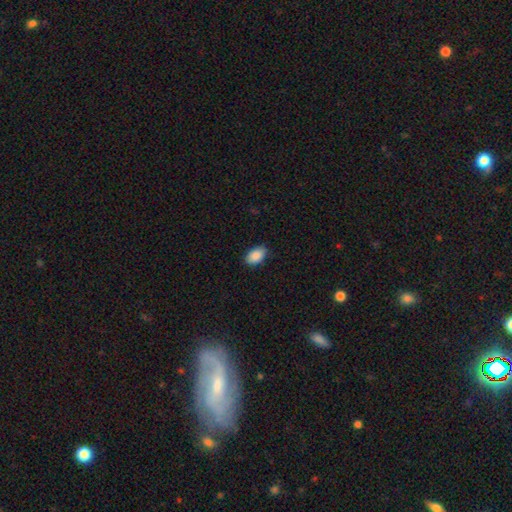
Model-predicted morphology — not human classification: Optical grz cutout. It shows a smooth galaxy with no disk features (89%) that is in between round and cigar-shaped (90%). Merging: none (84%).